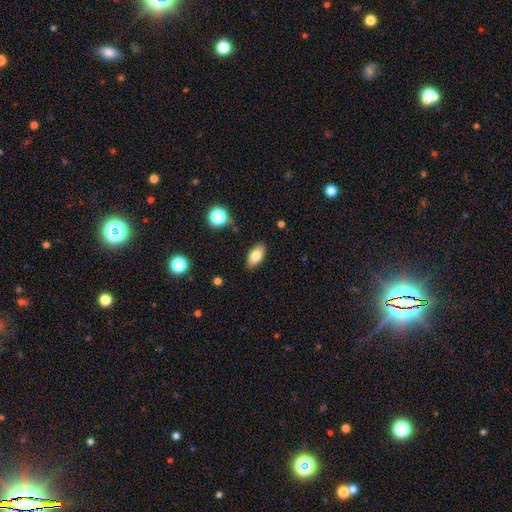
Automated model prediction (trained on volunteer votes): This is likely a smooth galaxy (79%). How rounded: clearly in between (91%). Merging: clearly none (86%).